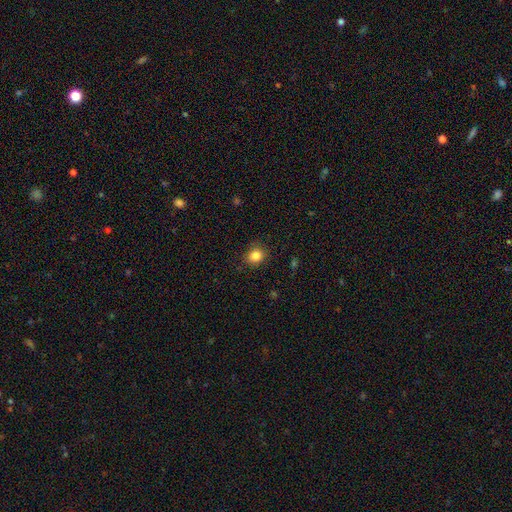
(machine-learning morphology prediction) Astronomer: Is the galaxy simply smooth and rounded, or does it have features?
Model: smooth — 84%.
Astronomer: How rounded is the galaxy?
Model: round — 76%.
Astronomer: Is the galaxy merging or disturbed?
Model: none — 86%.